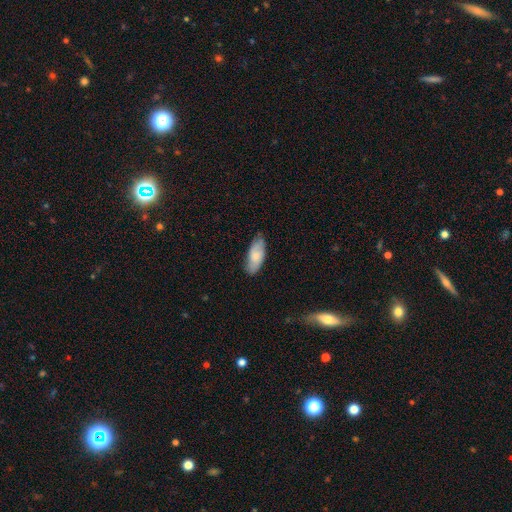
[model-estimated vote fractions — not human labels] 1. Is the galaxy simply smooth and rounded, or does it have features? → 73% smooth, 21% featured or disk, 6% star or artifact.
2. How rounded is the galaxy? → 86% in between, 12% cigar-shaped, 2% round.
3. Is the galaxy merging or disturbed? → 75% none, 20% minor disturbance, 3% major disturbance, 1% merger.